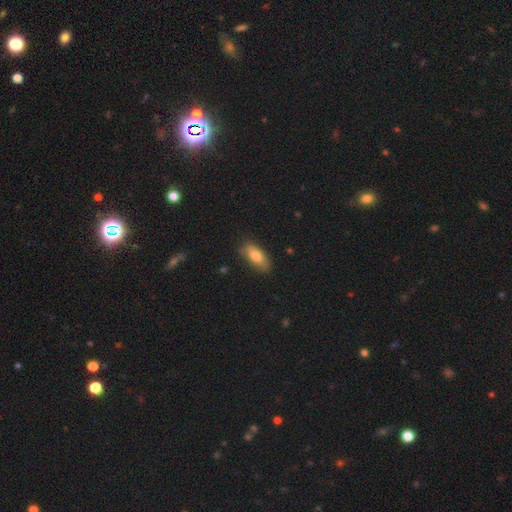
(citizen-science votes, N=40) Volunteers were most divided on "merging": none: 72%, minor disturbance: 26%, major disturbance: 3%, merger: 0%. More confident: how rounded — in between (97%); smooth or featured — smooth (88%).